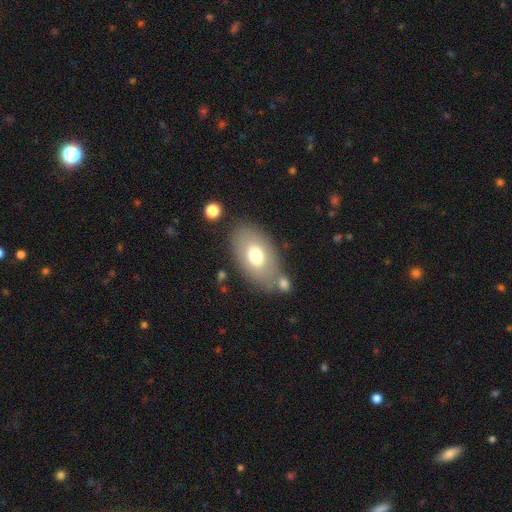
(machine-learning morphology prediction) smooth_or_featured: smooth (p=0.69) [alt: featured or disk p=0.23]
how_rounded: in between (p=0.90) [alt: round p=0.08]
merging: none (p=0.66) [alt: minor disturbance p=0.15]